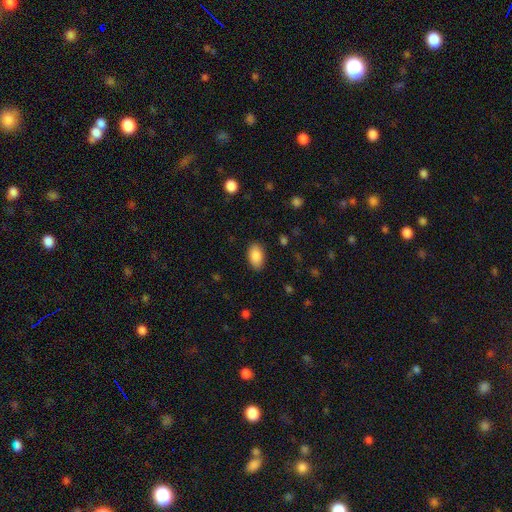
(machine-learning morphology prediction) A smooth galaxy with no disk features (88%) that is in between round and cigar-shaped (93%).

Vote fractions:
- Smooth or featured? smooth: 88% / star or artifact: 7% / featured or disk: 5%
- How rounded? in between: 93% / round: 5% / cigar-shaped: 1%
- Merging? none: 88% / minor disturbance: 9% / major disturbance: 2% / merger: 1%